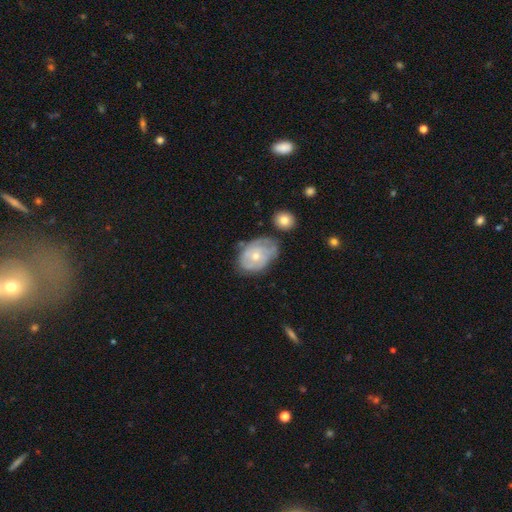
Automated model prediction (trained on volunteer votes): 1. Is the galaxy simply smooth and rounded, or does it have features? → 61% featured or disk, 33% smooth, 6% star or artifact.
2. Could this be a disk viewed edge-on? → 96% no, 4% yes.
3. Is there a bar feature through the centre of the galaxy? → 82% no, 16% weak, 2% strong.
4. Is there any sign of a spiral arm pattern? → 67% yes, 33% no.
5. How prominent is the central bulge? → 50% moderate, 46% small, 2% large, 1% none, 1% dominant.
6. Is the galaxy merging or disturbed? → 49% none, 32% minor disturbance, 12% major disturbance, 7% merger.